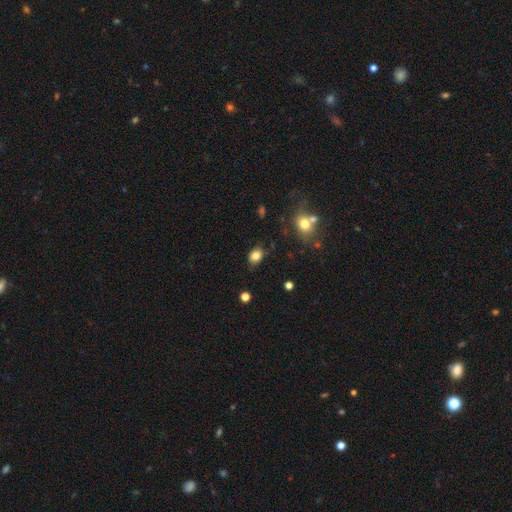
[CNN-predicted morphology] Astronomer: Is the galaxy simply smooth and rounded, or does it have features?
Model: smooth — 83%.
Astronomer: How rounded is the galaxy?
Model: in between — 63%.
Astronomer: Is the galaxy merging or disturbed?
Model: none — 78%.